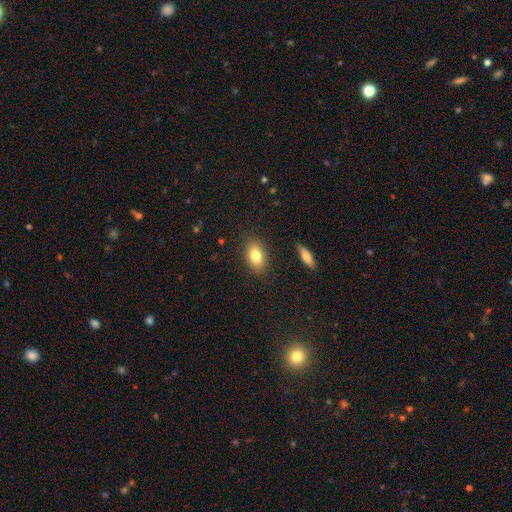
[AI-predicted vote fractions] Smooth or featured? Predicted: smooth (p=0.81). How rounded? Predicted: in between (p=0.86). Merging? Predicted: none (p=0.85).